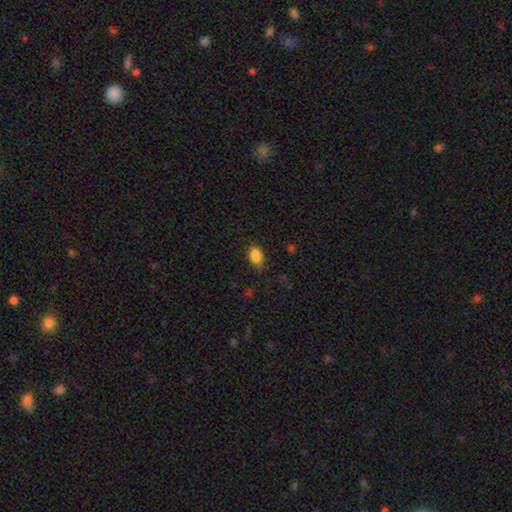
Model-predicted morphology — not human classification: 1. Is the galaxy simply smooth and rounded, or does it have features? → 86% smooth, 10% star or artifact, 4% featured or disk.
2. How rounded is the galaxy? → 81% in between, 18% round, 1% cigar-shaped.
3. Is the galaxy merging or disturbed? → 69% none, 24% minor disturbance, 5% major disturbance, 2% merger.